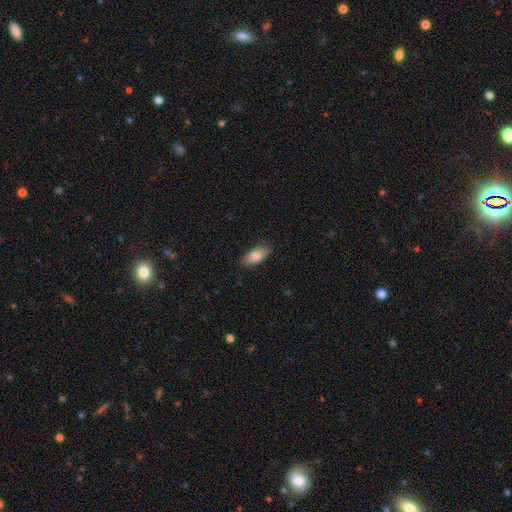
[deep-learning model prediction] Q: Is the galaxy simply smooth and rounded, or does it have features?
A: smooth — 81%.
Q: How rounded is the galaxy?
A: in between — 85%.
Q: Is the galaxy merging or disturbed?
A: none — 86%.